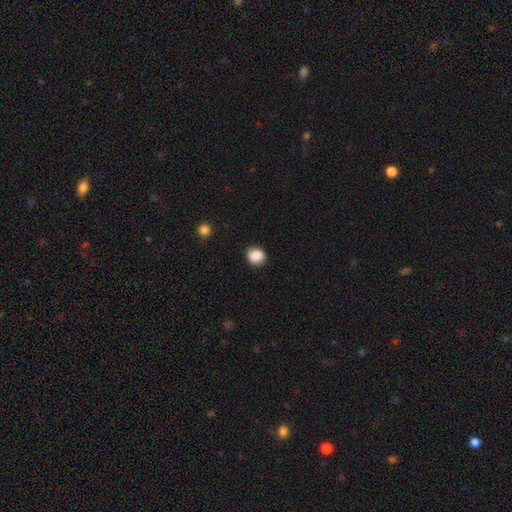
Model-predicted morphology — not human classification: Smooth or featured? smooth (88%)
How rounded? round (80%)
Merging? none (88%)